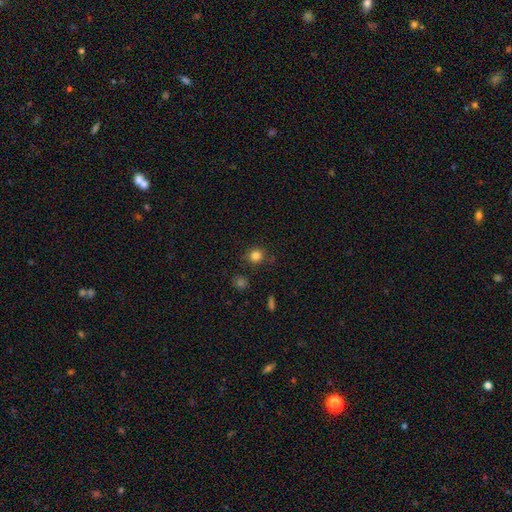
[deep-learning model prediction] Morphology: type=smooth (83%); roundness=round (90%); merging=none (84%).